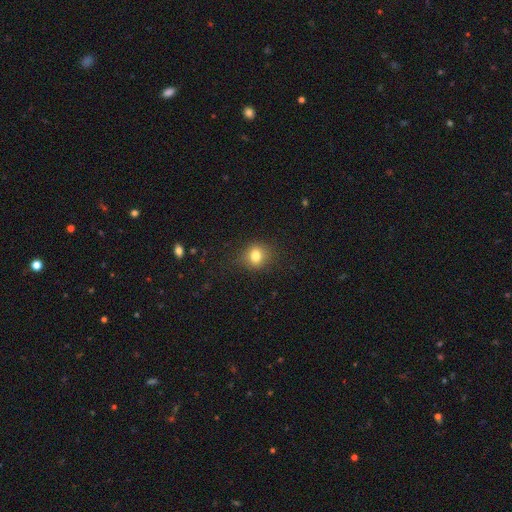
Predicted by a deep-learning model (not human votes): Morphology: type=smooth (78%); roundness=round (72%); merging=none (82%).